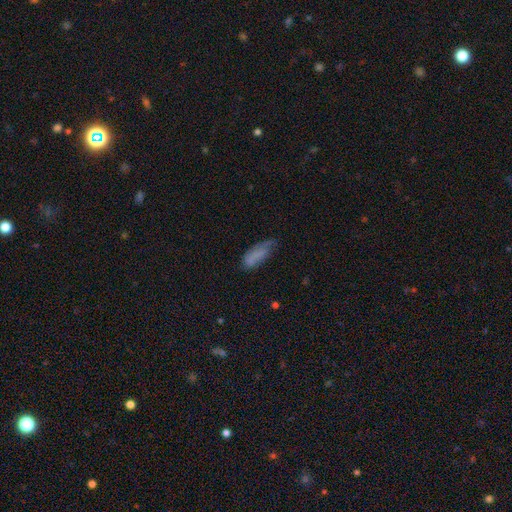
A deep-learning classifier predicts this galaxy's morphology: This is likely a smooth galaxy (74%). How rounded: likely in between (67%). Merging: marginally none (44%).